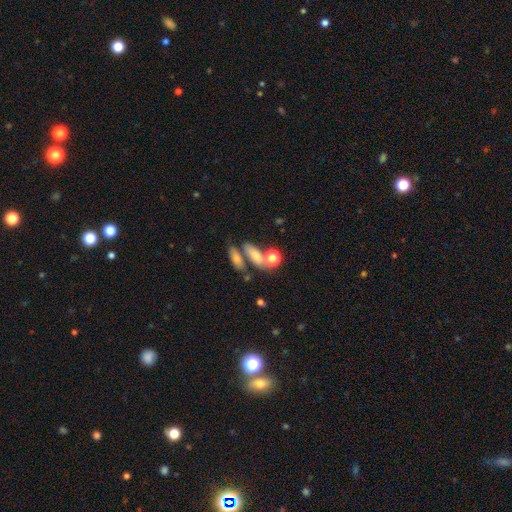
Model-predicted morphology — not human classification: Smooth or featured?
  - smooth: 67% *
  - featured or disk: 19%
  - star or artifact: 14%
How rounded?
  - in between: 61% *
  - round: 20%
  - cigar-shaped: 19%
Merging?
  - none: 47% *
  - merger: 33%
  - minor disturbance: 13%
  - major disturbance: 7%